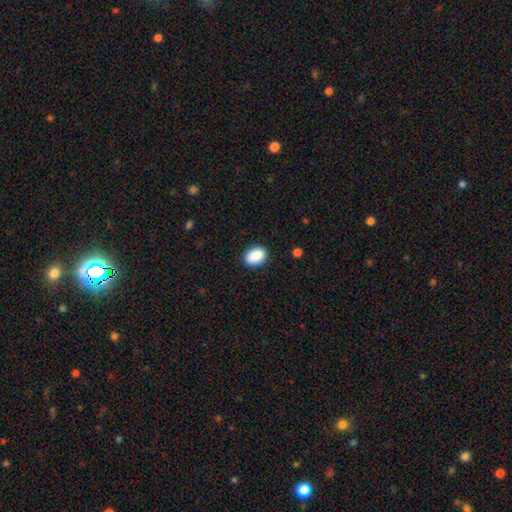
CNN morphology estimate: Smooth or featured? Predicted: smooth (p=0.89). How rounded? Predicted: in between (p=0.77). Merging? Predicted: none (p=0.88).